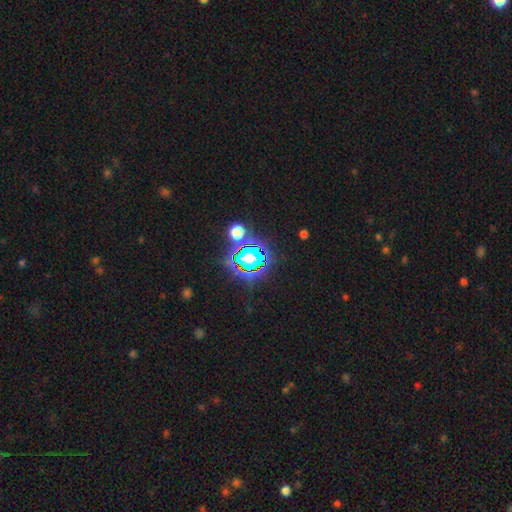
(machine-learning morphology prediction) smooth_or_featured: star or artifact (p=0.78) [alt: smooth p=0.14]